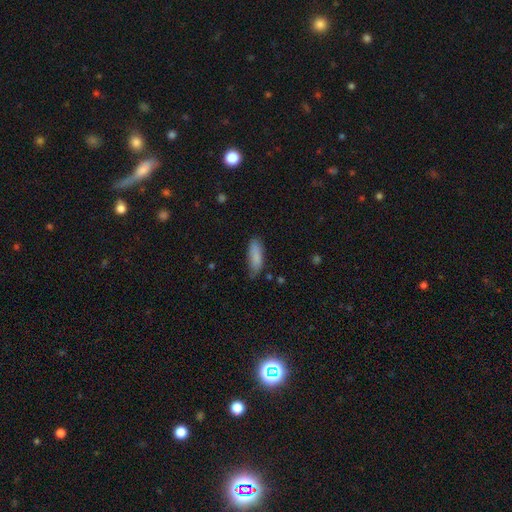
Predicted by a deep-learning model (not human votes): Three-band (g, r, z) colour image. It shows a smooth galaxy with no disk features (85%) that is in between round and cigar-shaped (61%). Merging: none (65%).